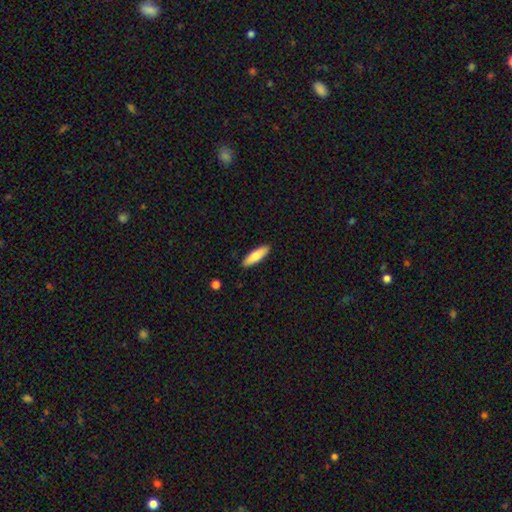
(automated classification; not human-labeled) Smooth or featured? Predicted: smooth (p=0.78). How rounded? Predicted: cigar-shaped (p=0.59). Merging? Predicted: none (p=0.90).